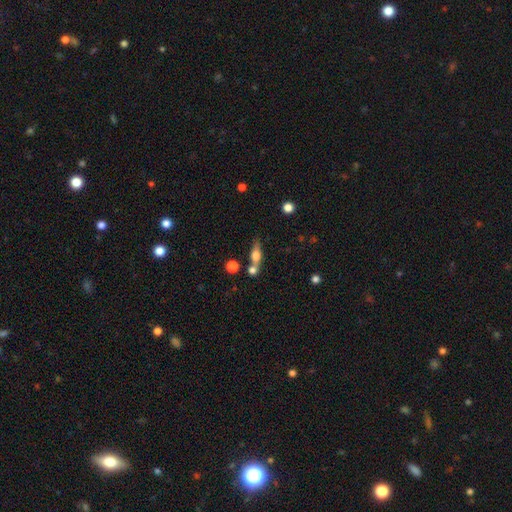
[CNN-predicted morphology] smooth_or_featured: smooth (p=0.55) [alt: featured or disk p=0.35]
how_rounded: in between (p=0.48) [alt: cigar-shaped p=0.38]
merging: none (p=0.54) [alt: merger p=0.28]